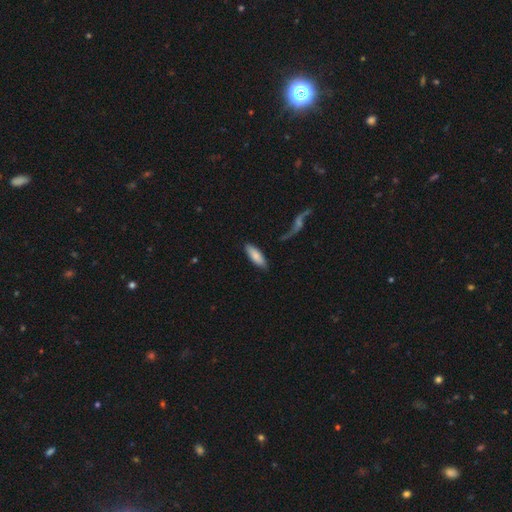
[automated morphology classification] smooth-or-featured: smooth: 80% | featured or disk: 14% | star or artifact: 6%
  how-rounded: in between: 64% | cigar-shaped: 34% | round: 2%
  merging: none: 80% | minor disturbance: 13% | merger: 4% | major disturbance: 3%